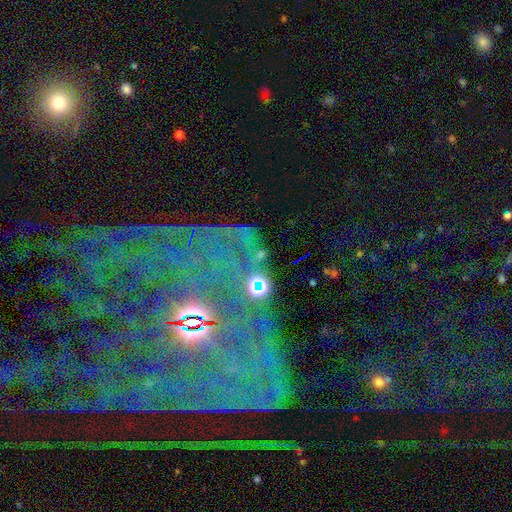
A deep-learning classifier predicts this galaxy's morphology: Q: Smooth or featured?
A: star or artifact (65%); runner-up: featured or disk (22%)